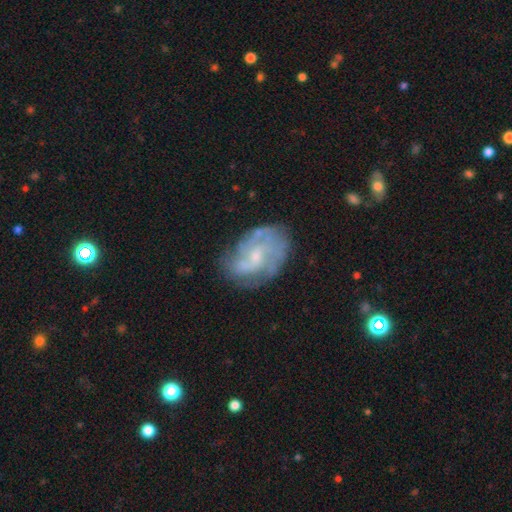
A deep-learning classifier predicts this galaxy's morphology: featured or disk 76%, smooth 17%, star or artifact 7%. Down the decision tree: edge-on disk — no (97%); bar — no (54%); spiral arms — yes (85%); spiral arm count — can't tell (36%); spiral winding — medium (42%); bulge size — small (59%); merging — none (64%).